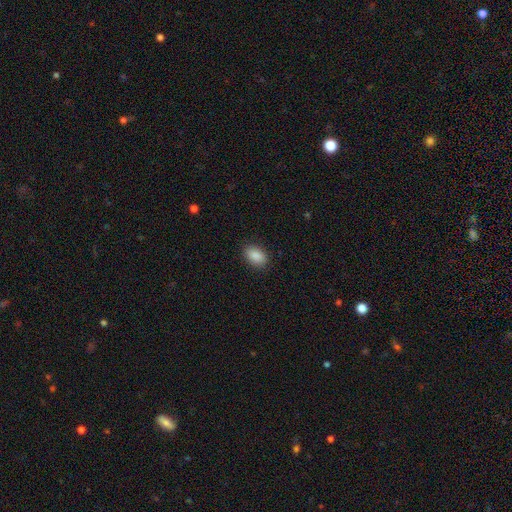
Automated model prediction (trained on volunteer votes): Smooth or featured? Predicted: smooth (p=0.89). How rounded? Predicted: in between (p=0.87). Merging? Predicted: none (p=0.88).